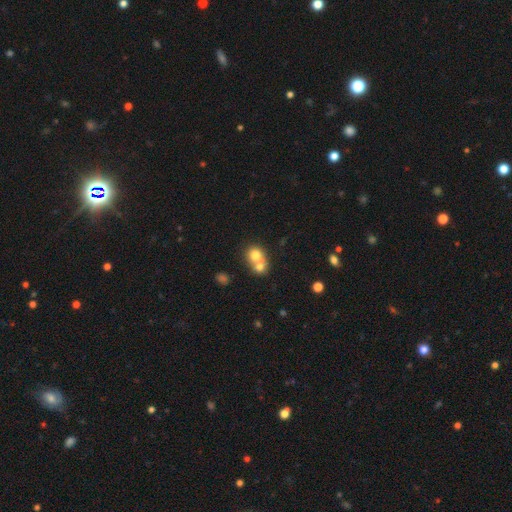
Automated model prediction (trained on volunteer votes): smooth-or-featured: smooth: 71% | featured or disk: 19% | star or artifact: 10%
  how-rounded: round: 73% | in between: 26% | cigar-shaped: 1%
  merging: merger: 68% | none: 24% | minor disturbance: 5% | major disturbance: 3%